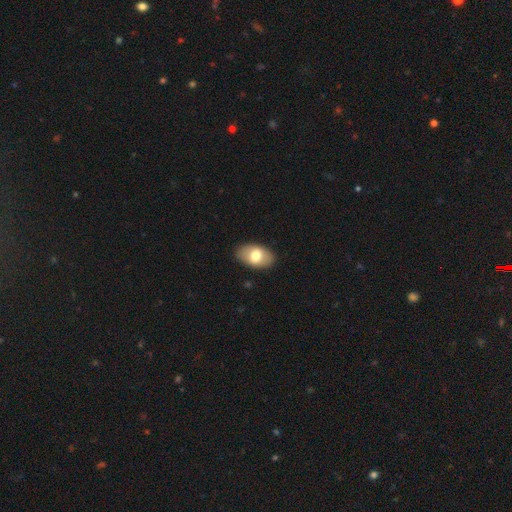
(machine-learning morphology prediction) Smooth or featured? Predicted: smooth (p=0.70). How rounded? Predicted: in between (p=0.92). Merging? Predicted: none (p=0.88).